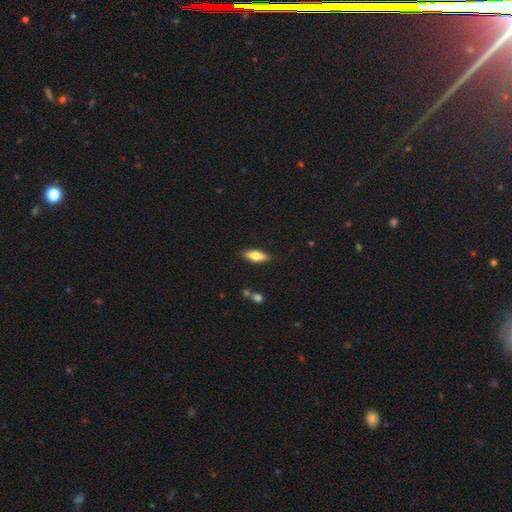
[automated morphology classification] The model was most divided on "how rounded": in between: 64%, cigar-shaped: 33%, round: 3%. More confident: merging — none (87%); smooth or featured — smooth (66%).